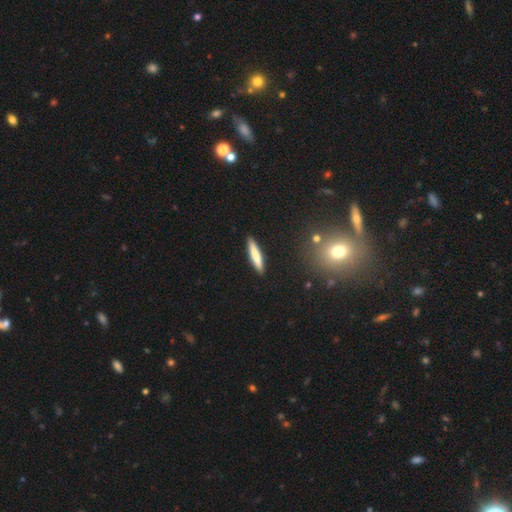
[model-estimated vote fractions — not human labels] This appears to be a smooth galaxy with no disk features (75%) that is cigar-shaped (89%). Merging: none (90%).